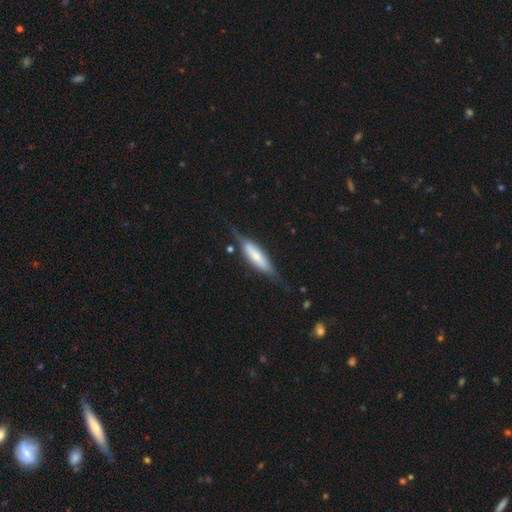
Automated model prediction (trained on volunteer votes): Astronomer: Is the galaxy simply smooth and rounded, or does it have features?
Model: featured or disk — 50% (runner-up: smooth, 44%).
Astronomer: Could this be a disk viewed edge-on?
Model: yes — 86%.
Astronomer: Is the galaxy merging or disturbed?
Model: none — 67%.